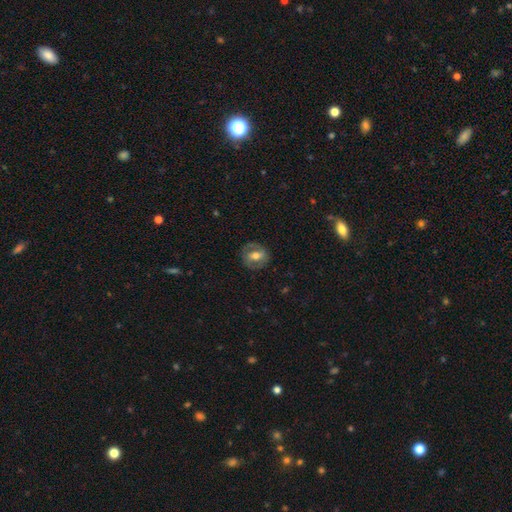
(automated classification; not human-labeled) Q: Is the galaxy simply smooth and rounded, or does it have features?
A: featured or disk — 56%.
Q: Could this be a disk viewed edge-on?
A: no — 94%.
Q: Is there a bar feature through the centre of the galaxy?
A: weak — 38%.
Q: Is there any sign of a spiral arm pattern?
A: yes — 52%.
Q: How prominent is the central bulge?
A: moderate — 71%.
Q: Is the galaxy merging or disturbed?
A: none — 79%.